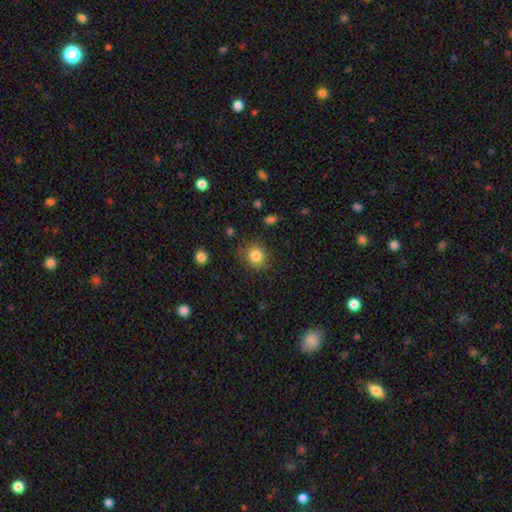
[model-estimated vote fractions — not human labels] Smooth or featured: smooth — 83% (star or artifact — 11%)
How rounded: round — 80% (in between — 19%)
Merging: none — 81% (minor disturbance — 13%)